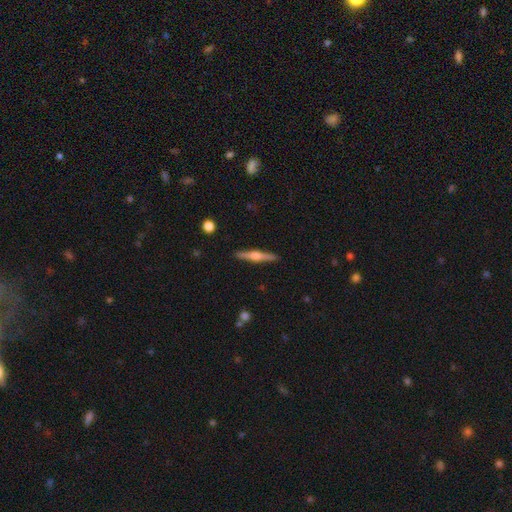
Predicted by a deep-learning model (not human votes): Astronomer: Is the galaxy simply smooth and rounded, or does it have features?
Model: featured or disk — 69%.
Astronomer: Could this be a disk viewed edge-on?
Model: yes — 98%.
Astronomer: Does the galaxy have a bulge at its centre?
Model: rounded — 86%.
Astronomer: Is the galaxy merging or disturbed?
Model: none — 91%.